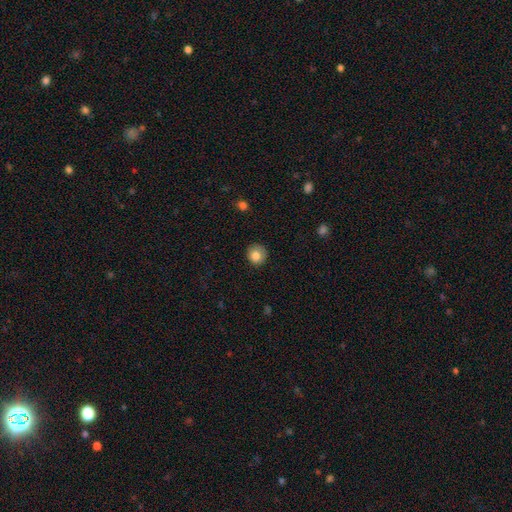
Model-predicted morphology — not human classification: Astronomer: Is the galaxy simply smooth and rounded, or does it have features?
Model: smooth — 82%.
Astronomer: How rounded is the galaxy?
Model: round — 91%.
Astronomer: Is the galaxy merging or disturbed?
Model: none — 85%.